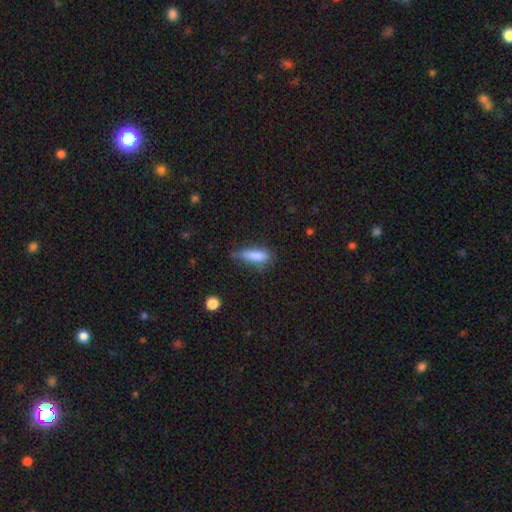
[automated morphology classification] A smooth galaxy with no disk features (83%) that is in between round and cigar-shaped (55%).

Vote fractions:
- Smooth or featured? smooth: 83% / featured or disk: 10% / star or artifact: 8%
- How rounded? in between: 55% / cigar-shaped: 43% / round: 2%
- Merging? none: 56% / minor disturbance: 31% / major disturbance: 10% / merger: 3%